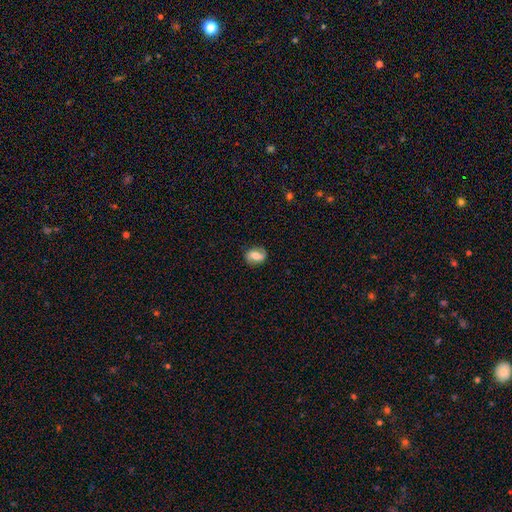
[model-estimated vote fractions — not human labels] The model was most divided on "smooth or featured": featured or disk: 47%, smooth: 44%, star or artifact: 9%. More confident: merging — none (82%).